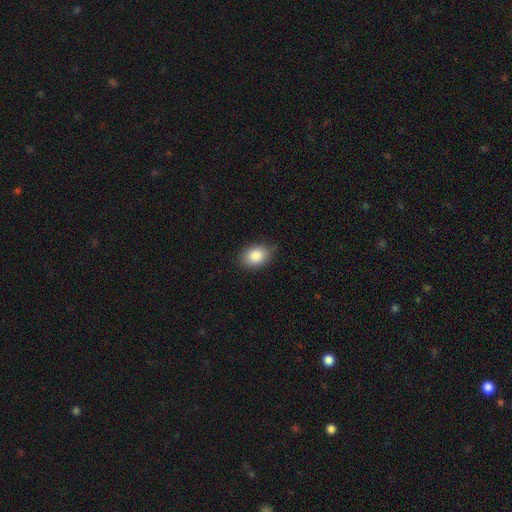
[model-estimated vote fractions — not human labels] Morphology: type=smooth (86%); roundness=in between (78%); merging=none (81%).